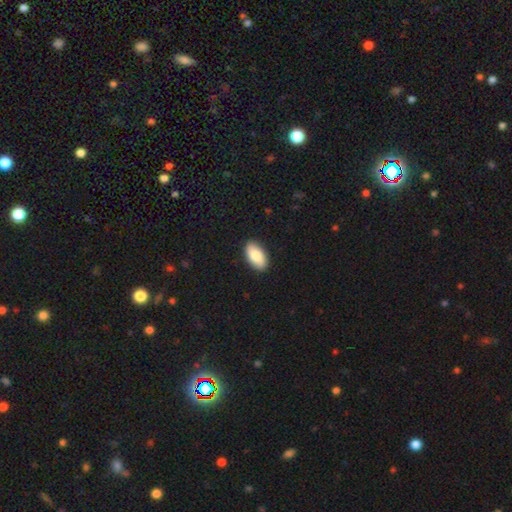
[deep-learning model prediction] Overall: smooth (84%). How rounded: in between (94%). Merging: none (89%).